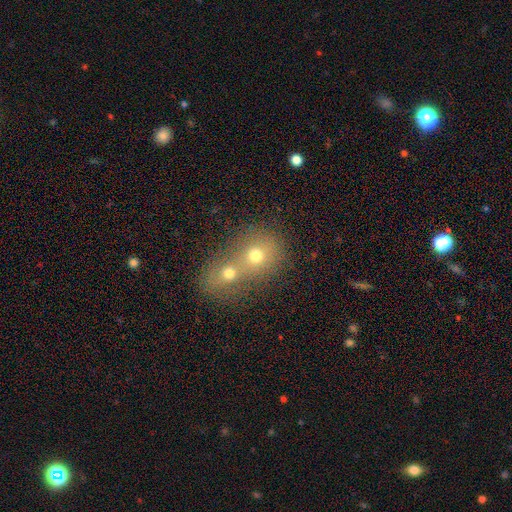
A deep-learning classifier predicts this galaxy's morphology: Smooth or featured?
  - smooth: 65% *
  - featured or disk: 20%
  - star or artifact: 14%
How rounded?
  - round: 73% *
  - in between: 26%
  - cigar-shaped: 1%
Merging?
  - merger: 69% *
  - none: 23%
  - minor disturbance: 5%
  - major disturbance: 3%